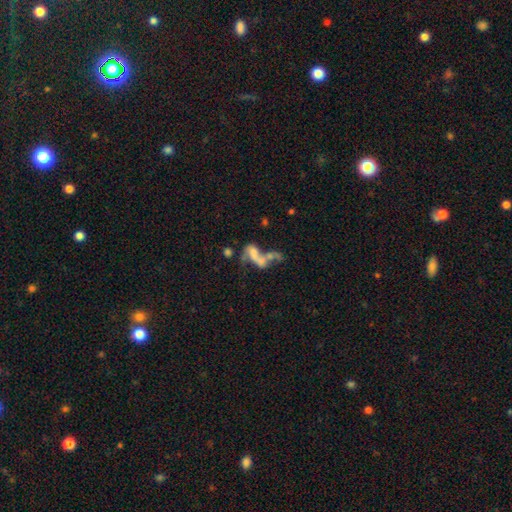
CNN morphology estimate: smooth-or-featured: featured or disk: 48% | smooth: 38% | star or artifact: 14%
  merging: merger: 59% | major disturbance: 21% | none: 13% | minor disturbance: 7%